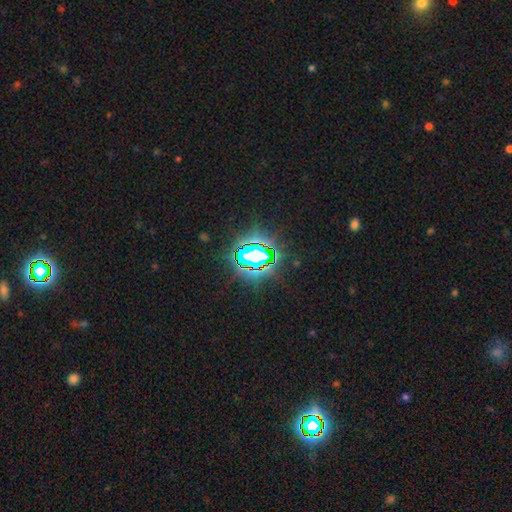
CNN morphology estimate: smooth-or-featured: star or artifact: 76% | smooth: 13% | featured or disk: 11%